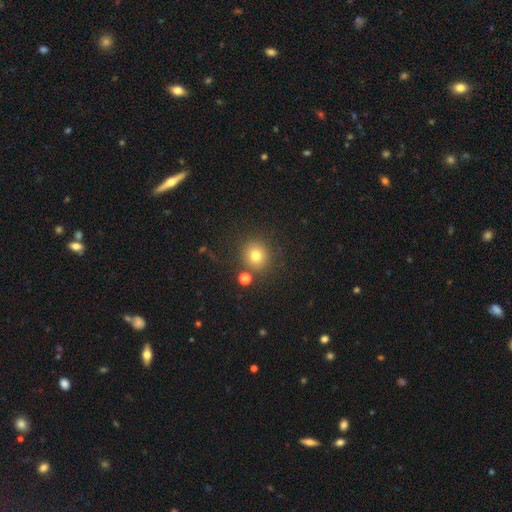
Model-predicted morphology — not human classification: type=smooth (76%); roundness=round (90%); merging=none (82%).